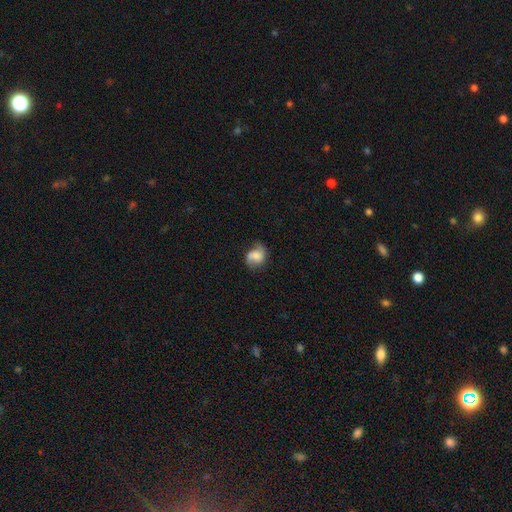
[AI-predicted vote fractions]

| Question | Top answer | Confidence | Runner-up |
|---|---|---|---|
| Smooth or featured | smooth | 53% | featured or disk (38%) |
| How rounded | round | 49% | tied: in between (49%) |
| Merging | none | 53% | minor disturbance (30%) |